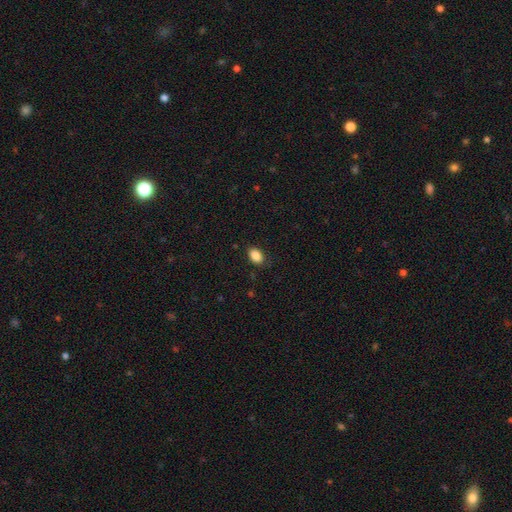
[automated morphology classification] Smooth or featured: smooth — 88% (star or artifact — 8%)
How rounded: in between — 87% (round — 12%)
Merging: none — 85% (minor disturbance — 11%)